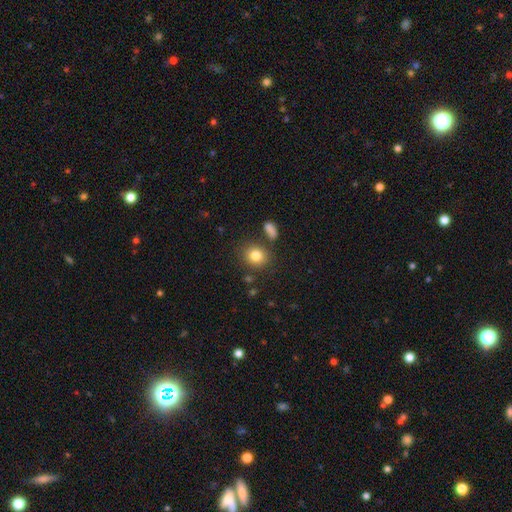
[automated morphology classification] A smooth galaxy with no disk features (82%) that is round (71%).

Vote fractions:
- Smooth or featured? smooth: 82% / star or artifact: 11% / featured or disk: 8%
- How rounded? round: 71% / in between: 28% / cigar-shaped: 1%
- Merging? none: 77% / minor disturbance: 11% / merger: 7% / major disturbance: 4%